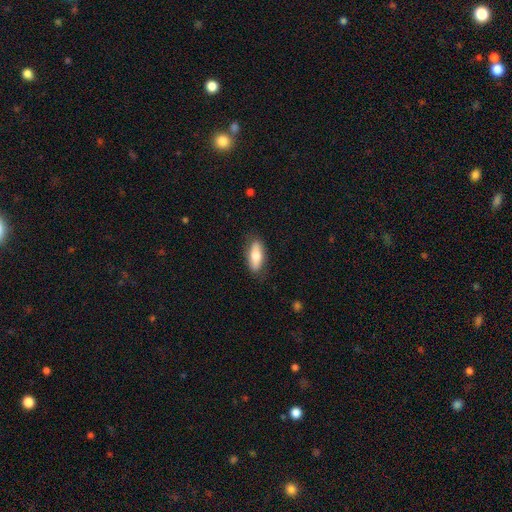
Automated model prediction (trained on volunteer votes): The model was most divided on "smooth or featured": smooth: 70%, featured or disk: 25%, star or artifact: 6%. More confident: merging — none (82%); how rounded — in between (73%).